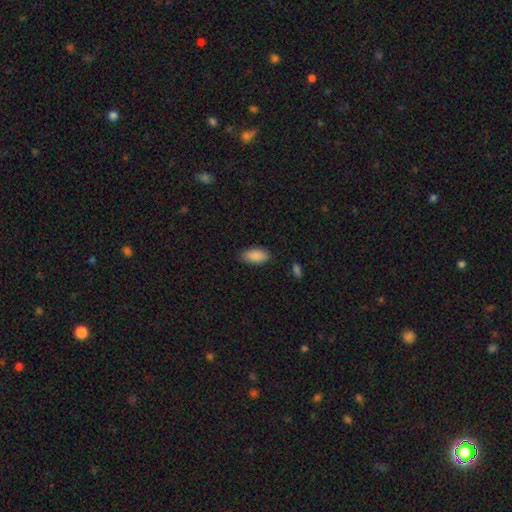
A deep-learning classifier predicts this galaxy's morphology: Smooth or featured?
  - smooth: 89% *
  - star or artifact: 7%
  - featured or disk: 4%
How rounded?
  - in between: 92% *
  - cigar-shaped: 5%
  - round: 2%
Merging?
  - none: 85% *
  - minor disturbance: 11%
  - major disturbance: 2%
  - merger: 1%